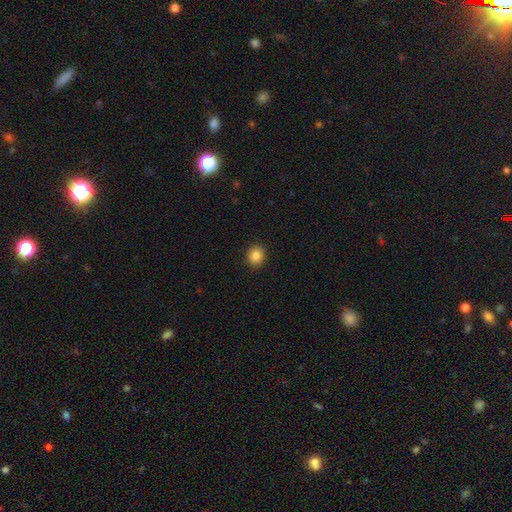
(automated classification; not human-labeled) smooth_or_featured: smooth (p=0.86) [alt: star or artifact p=0.10]
how_rounded: round (p=0.80) [alt: in between p=0.19]
merging: none (p=0.91) [alt: minor disturbance p=0.06]